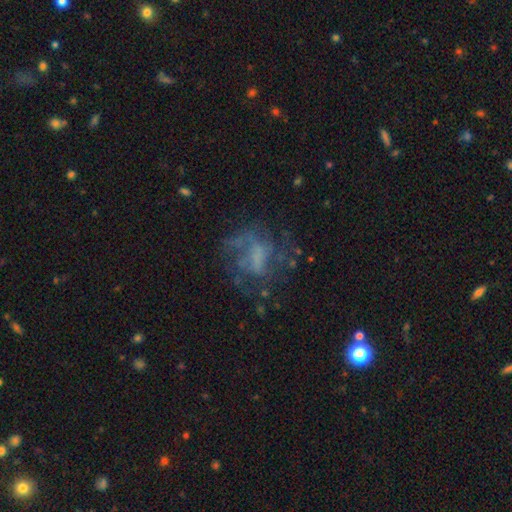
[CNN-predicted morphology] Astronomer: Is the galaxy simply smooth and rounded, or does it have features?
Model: featured or disk — 57%.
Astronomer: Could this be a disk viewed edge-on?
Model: no — 96%.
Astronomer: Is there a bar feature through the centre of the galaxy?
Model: no — 53% (runner-up: weak, 34%).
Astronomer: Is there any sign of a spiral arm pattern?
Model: yes — 60% (runner-up: no, 40%).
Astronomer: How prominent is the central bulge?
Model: none — 53%.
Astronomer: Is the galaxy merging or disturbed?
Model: none — 57%.